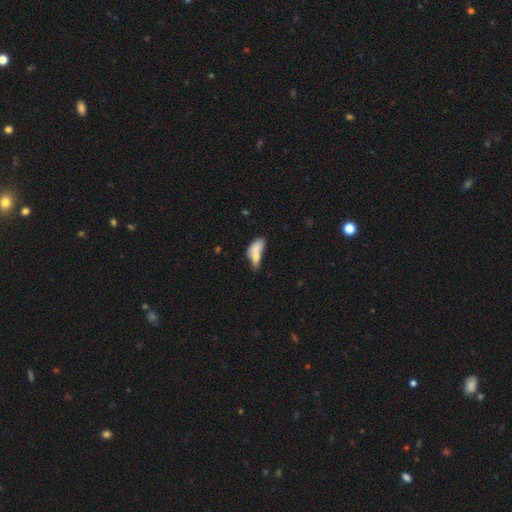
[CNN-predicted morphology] Smooth or featured? smooth (70%)
How rounded? in between (78%)
Merging? merger (46%)